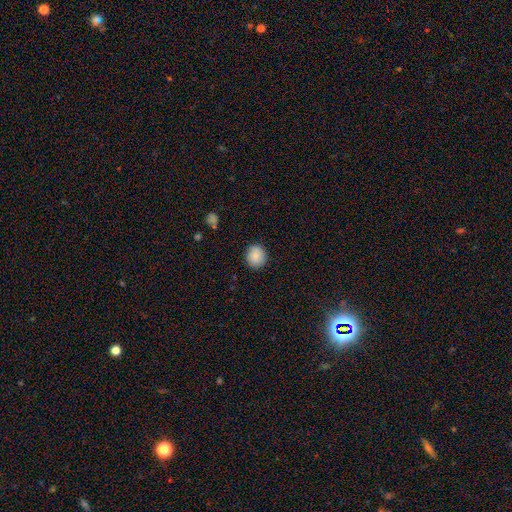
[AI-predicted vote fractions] A smooth galaxy with no disk features (88%) that is round (83%). Merging: none (89%).